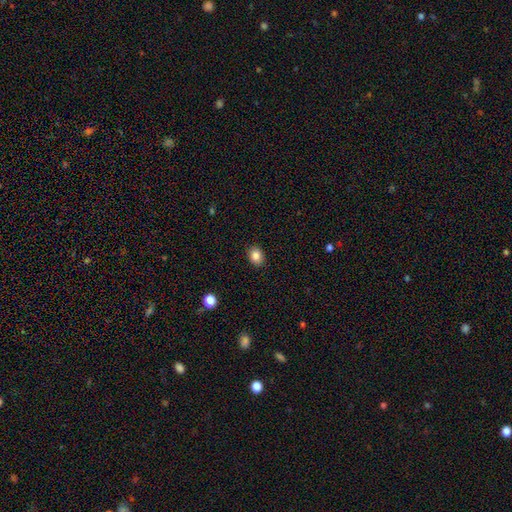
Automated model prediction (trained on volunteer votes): This appears to be a smooth galaxy with no disk features (85%) that is round (55%). Merging: none (89%).